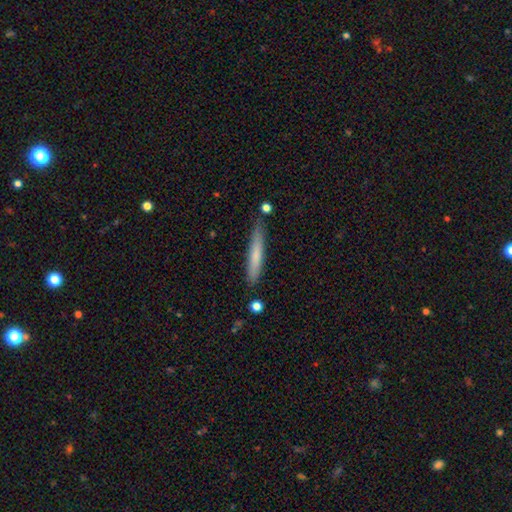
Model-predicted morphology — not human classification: type=smooth (69%); roundness=cigar-shaped (94%); merging=none (78%).